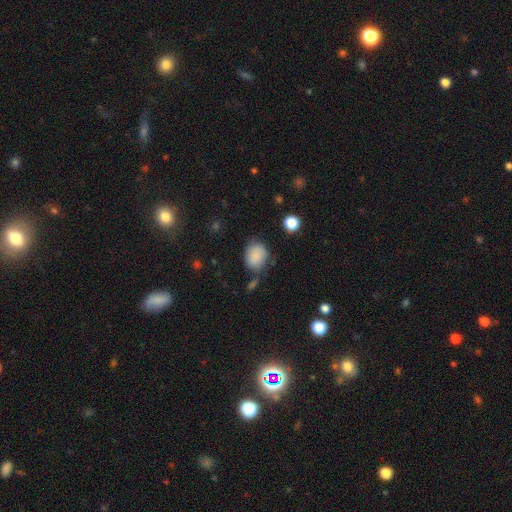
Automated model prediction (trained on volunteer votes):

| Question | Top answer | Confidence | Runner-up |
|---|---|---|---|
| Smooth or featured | smooth | 83% | star or artifact (9%) |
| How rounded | in between | 50% | round (49%) |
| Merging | none | 59% | minor disturbance (26%) |